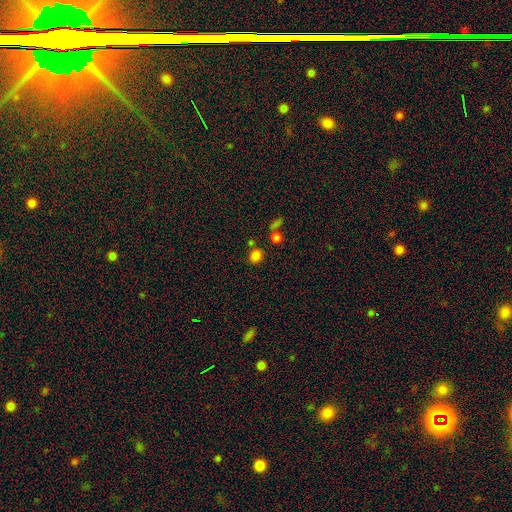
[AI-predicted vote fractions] A smooth galaxy with no disk features (81%) that is round (67%). Merging: none (74%).